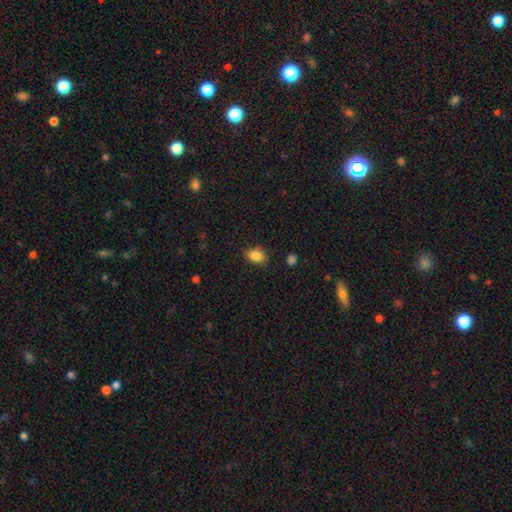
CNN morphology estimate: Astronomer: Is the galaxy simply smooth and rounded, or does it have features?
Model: smooth — 86%.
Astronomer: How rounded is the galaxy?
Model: in between — 74%.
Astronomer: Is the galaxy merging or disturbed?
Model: none — 75%.